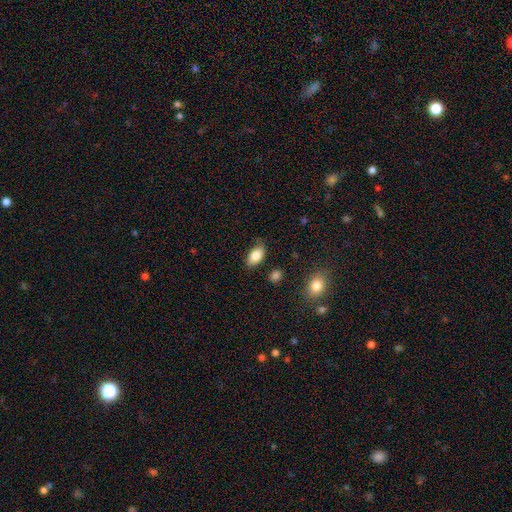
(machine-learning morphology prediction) Smooth or featured? smooth (84%)
How rounded? in between (92%)
Merging? none (76%)